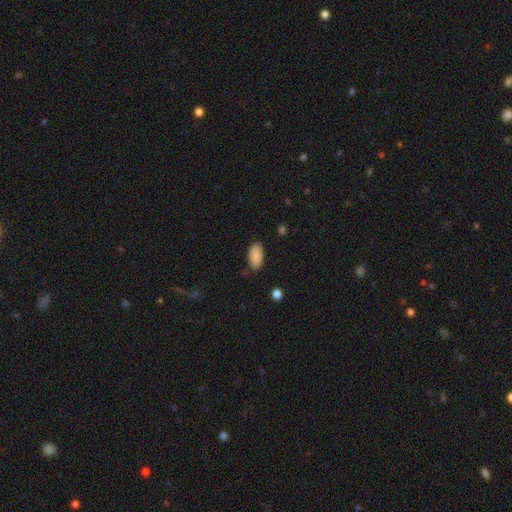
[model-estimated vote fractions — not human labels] Morphology: type=smooth (87%); roundness=in between (94%); merging=none (80%).